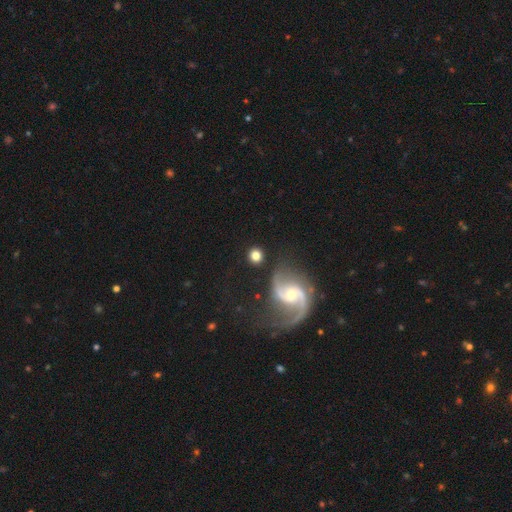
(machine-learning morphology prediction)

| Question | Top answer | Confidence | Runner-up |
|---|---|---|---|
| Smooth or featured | smooth | 68% | featured or disk (23%) |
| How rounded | round | 90% | in between (8%) |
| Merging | none | 82% | minor disturbance (9%) |